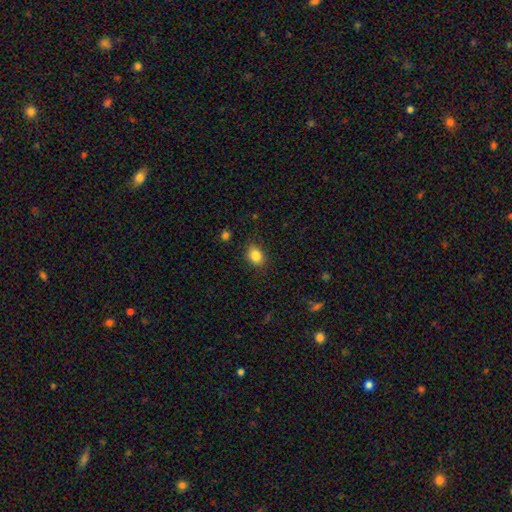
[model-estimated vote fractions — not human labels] smooth-or-featured: smooth: 84% | star or artifact: 10% | featured or disk: 6%
  how-rounded: in between: 52% | round: 47% | cigar-shaped: 1%
  merging: none: 86% | minor disturbance: 10% | major disturbance: 3% | merger: 1%